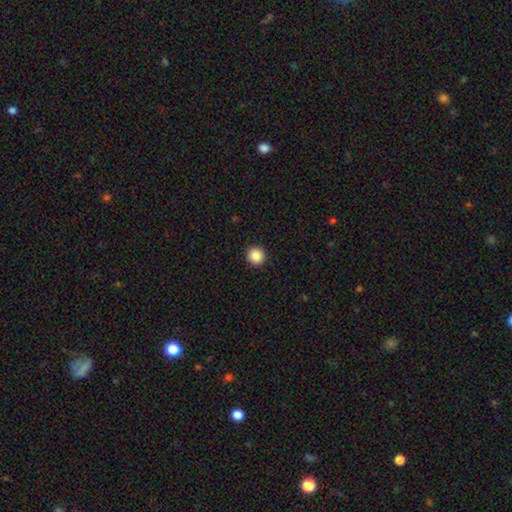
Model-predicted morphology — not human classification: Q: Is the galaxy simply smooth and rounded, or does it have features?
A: smooth — 86%.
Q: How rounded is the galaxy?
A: round — 95%.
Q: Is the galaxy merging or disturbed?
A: none — 93%.